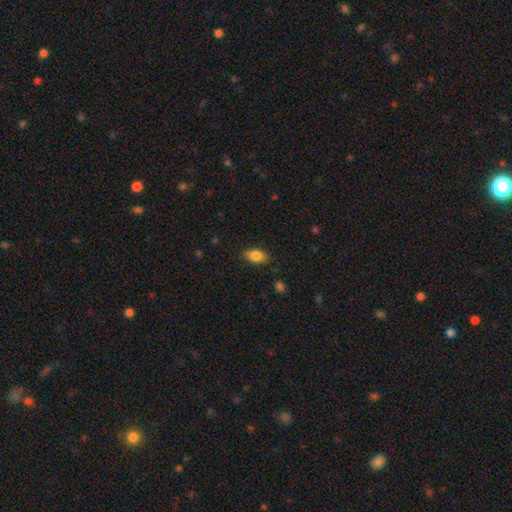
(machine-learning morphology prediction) The model was most divided on "merging": none: 84%, minor disturbance: 12%, major disturbance: 3%, merger: 1%. More confident: how rounded — in between (90%); smooth or featured — smooth (86%).